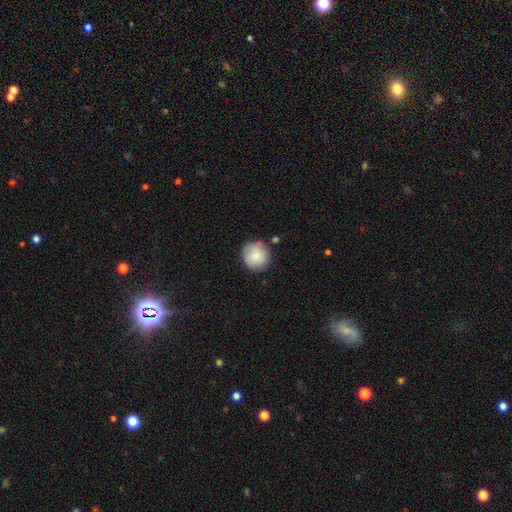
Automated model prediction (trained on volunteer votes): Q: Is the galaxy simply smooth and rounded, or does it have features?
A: smooth — 85%.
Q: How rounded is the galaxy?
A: round — 94%.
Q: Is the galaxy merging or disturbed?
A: none — 83%.